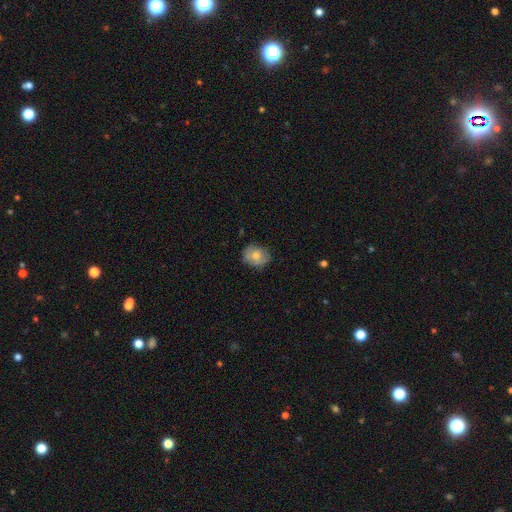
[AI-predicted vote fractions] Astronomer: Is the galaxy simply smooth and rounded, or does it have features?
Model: smooth — 63%.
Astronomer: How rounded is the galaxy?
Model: round — 52% (runner-up: in between, 47%).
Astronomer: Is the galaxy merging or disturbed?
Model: none — 75%.